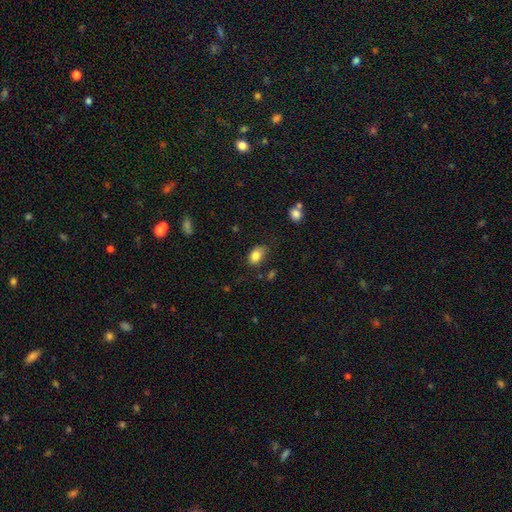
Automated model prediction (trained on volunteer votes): A smooth galaxy with no disk features (84%) that is in between round and cigar-shaped (83%).

Vote fractions:
- Smooth or featured? smooth: 84% / star or artifact: 9% / featured or disk: 7%
- How rounded? in between: 83% / round: 15% / cigar-shaped: 1%
- Merging? none: 68% / minor disturbance: 24% / major disturbance: 5% / merger: 3%